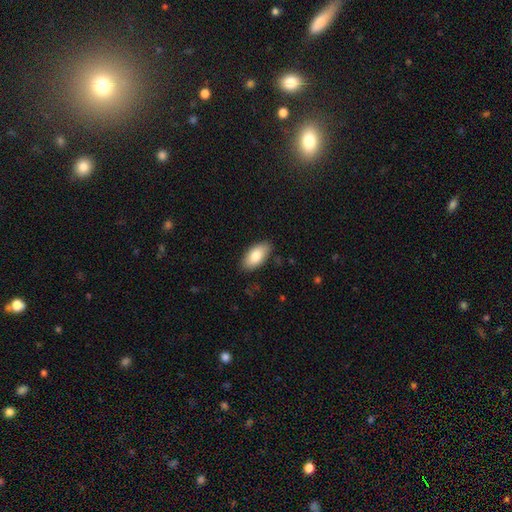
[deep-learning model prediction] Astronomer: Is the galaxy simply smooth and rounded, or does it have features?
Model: smooth — 82%.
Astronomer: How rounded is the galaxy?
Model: in between — 93%.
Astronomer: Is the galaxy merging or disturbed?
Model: none — 85%.